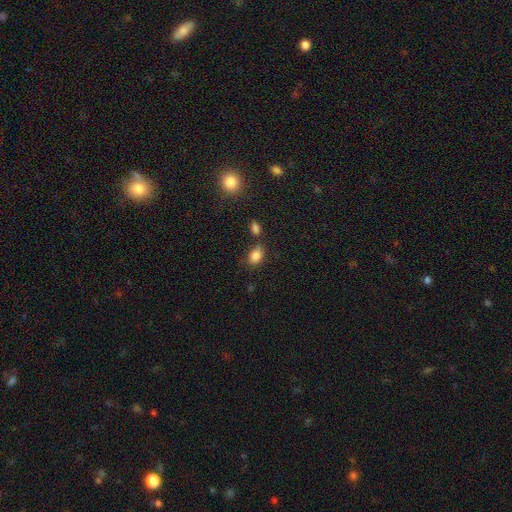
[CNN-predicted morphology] This is clearly a smooth galaxy (83%). How rounded: clearly in between (81%). Merging: likely none (64%).